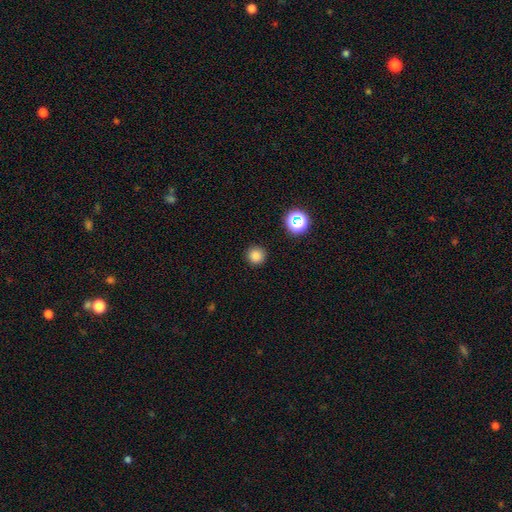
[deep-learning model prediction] Smooth or featured? smooth (82%)
How rounded? round (95%)
Merging? none (91%)